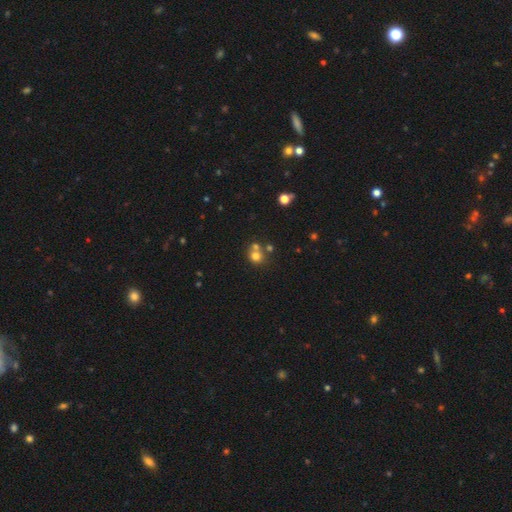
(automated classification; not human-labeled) A smooth galaxy with no disk features (71%) that is round (81%).

Vote fractions:
- Smooth or featured? smooth: 71% / star or artifact: 15% / featured or disk: 14%
- How rounded? round: 81% / in between: 18% / cigar-shaped: 1%
- Merging? none: 47% / merger: 41% / minor disturbance: 8% / major disturbance: 4%